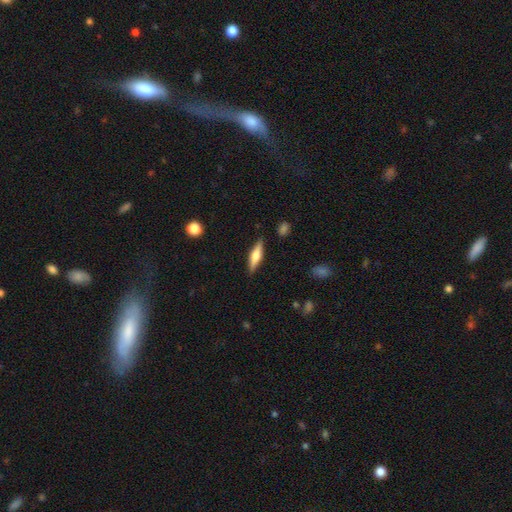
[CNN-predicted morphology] type=featured or disk (51%); edge-on=yes (95%); merging=none (87%).